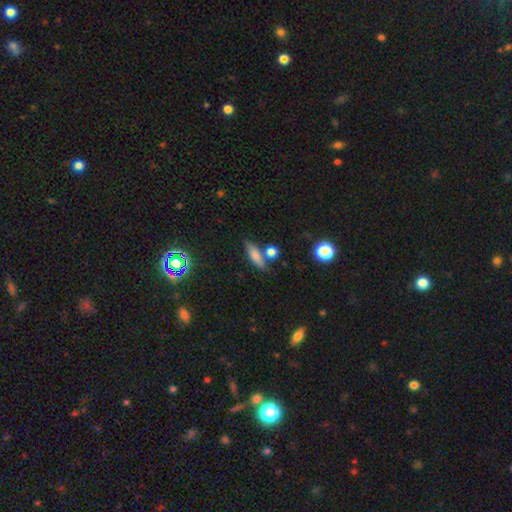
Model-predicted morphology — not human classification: Smooth or featured: smooth — 71% (featured or disk — 17%)
How rounded: cigar-shaped — 47% (in between — 46%)
Merging: none — 66% (merger — 18%)